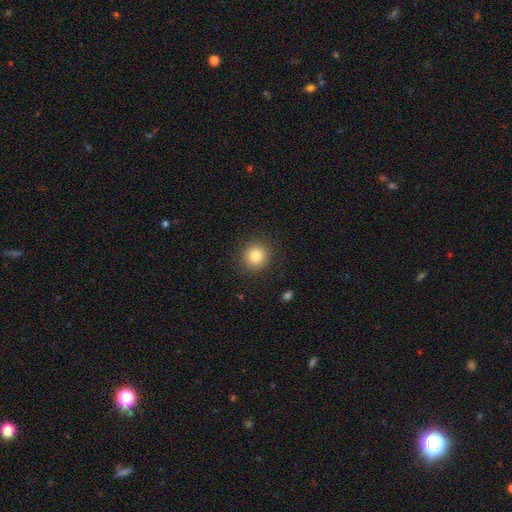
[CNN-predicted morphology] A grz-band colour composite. It shows a smooth galaxy with no disk features (83%) that is round (92%). Merging: none (90%).